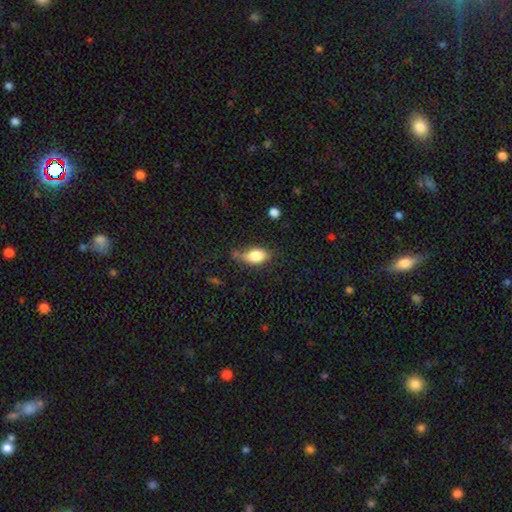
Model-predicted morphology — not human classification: Overall: smooth (80%). How rounded: in between (88%). Merging: none (59%; minor disturbance 27%).